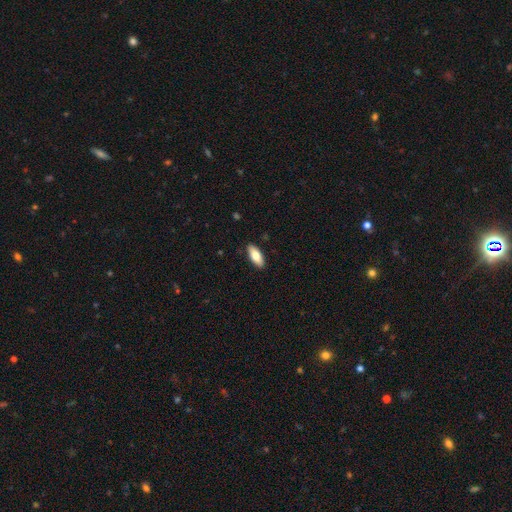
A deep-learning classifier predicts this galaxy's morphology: A smooth galaxy with no disk features (82%) that is in between round and cigar-shaped (81%). Merging: none (89%).